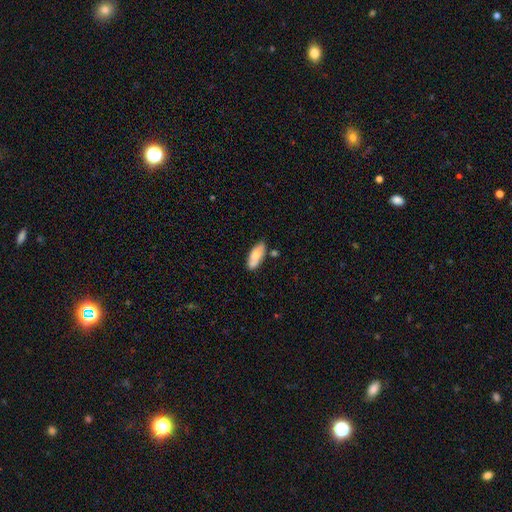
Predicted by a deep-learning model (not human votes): Morphology: type=smooth (73%); roundness=in between (81%); merging=none (71%).